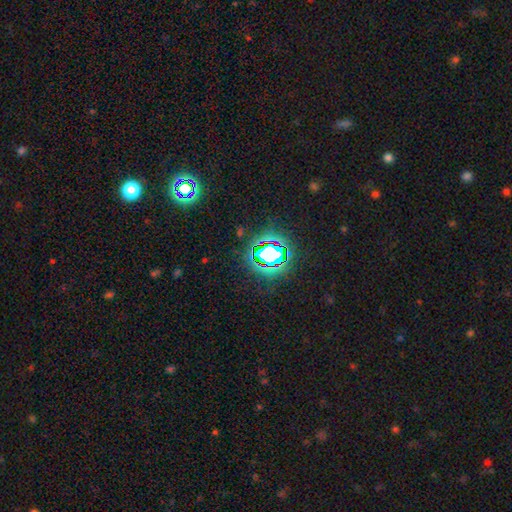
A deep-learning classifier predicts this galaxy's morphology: star or artifact 81%, smooth 13%, featured or disk 7%.